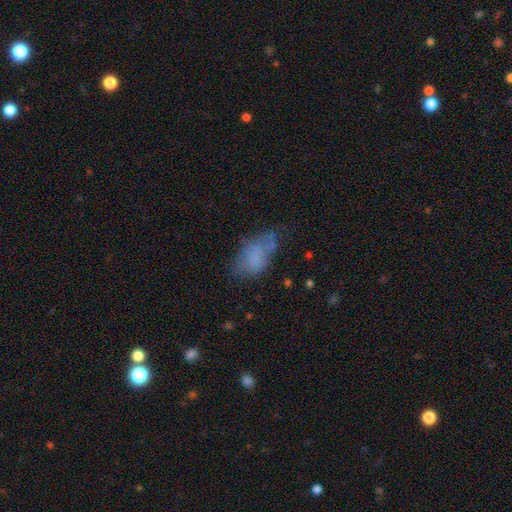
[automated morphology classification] This is likely a smooth galaxy (67%). How rounded: clearly in between (91%). Merging: marginally none (42%).